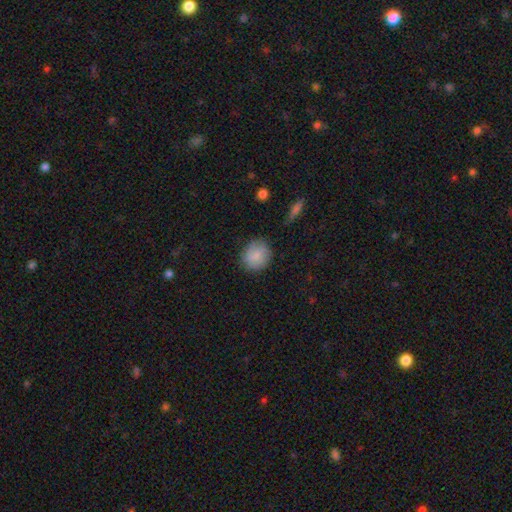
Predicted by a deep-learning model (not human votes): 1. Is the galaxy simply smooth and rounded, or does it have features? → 80% smooth, 13% featured or disk, 7% star or artifact.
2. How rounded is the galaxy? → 80% round, 19% in between, 1% cigar-shaped.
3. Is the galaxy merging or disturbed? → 81% none, 14% minor disturbance, 4% major disturbance, 1% merger.